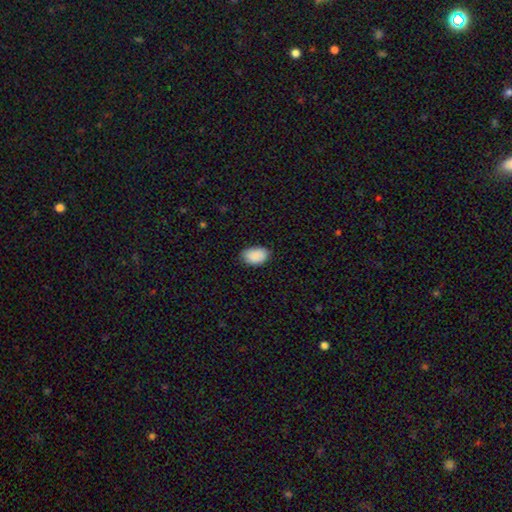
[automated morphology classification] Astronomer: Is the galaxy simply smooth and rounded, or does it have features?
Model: smooth — 90%.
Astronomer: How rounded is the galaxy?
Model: in between — 90%.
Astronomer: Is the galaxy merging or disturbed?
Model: none — 77%.